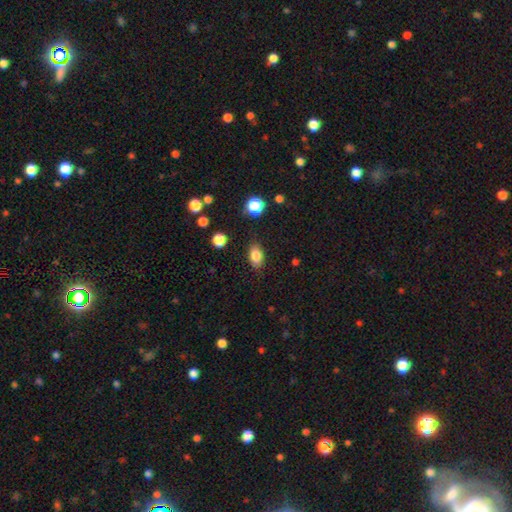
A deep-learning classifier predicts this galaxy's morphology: Overall: smooth (84%). How rounded: in between (85%). Merging: none (85%).